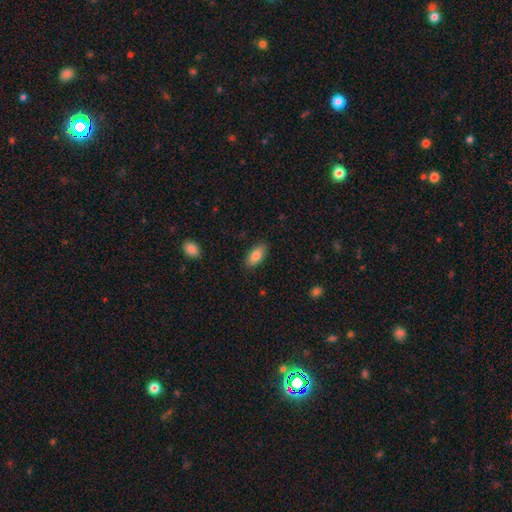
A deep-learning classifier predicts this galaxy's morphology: Smooth or featured? smooth (83%)
How rounded? in between (89%)
Merging? none (86%)